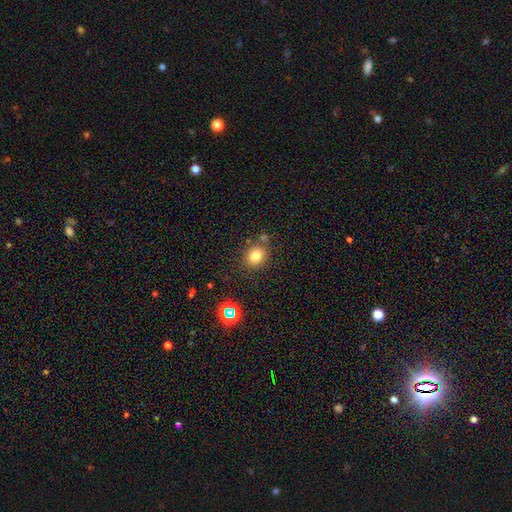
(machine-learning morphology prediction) Overall: smooth (78%). How rounded: round (69%; in between 30%). Merging: none (78%).